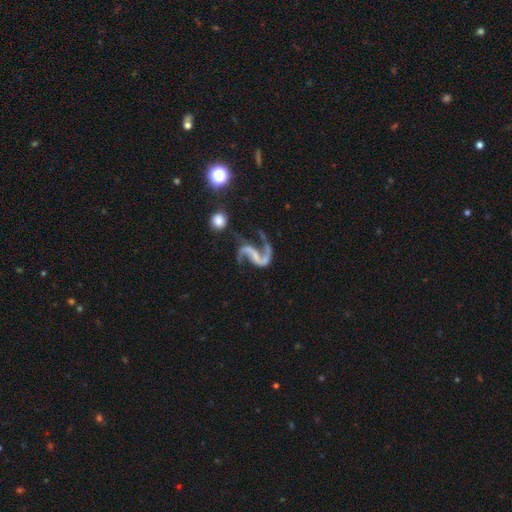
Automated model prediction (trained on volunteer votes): A featured or disk galaxy (90%) with a weak bar (36%), 2 (89%) loose (72%) spiral arms (96%) and no central bulge (50%). Merging: none (52%).